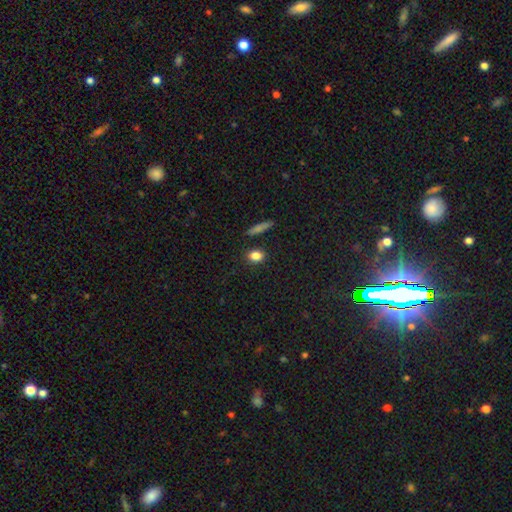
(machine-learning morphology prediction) Q: Smooth or featured?
A: smooth (84%); runner-up: star or artifact (10%)
Q: How rounded?
A: in between (53%); runner-up: round (43%)
Q: Merging?
A: none (86%); runner-up: minor disturbance (9%)